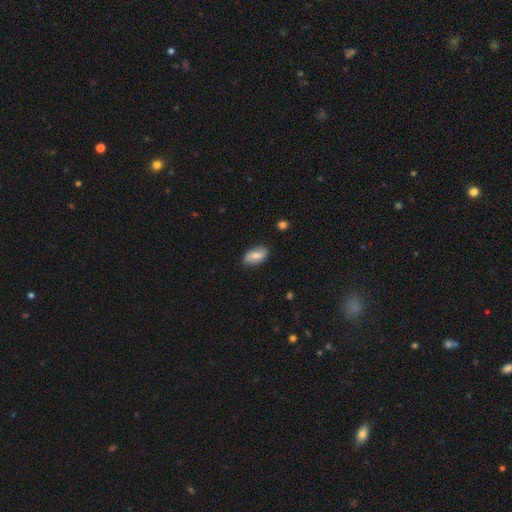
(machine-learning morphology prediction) smooth-or-featured: smooth: 64% | featured or disk: 30% | star or artifact: 7%
  how-rounded: in between: 92% | round: 4% | cigar-shaped: 4%
  merging: none: 82% | minor disturbance: 14% | major disturbance: 3% | merger: 1%